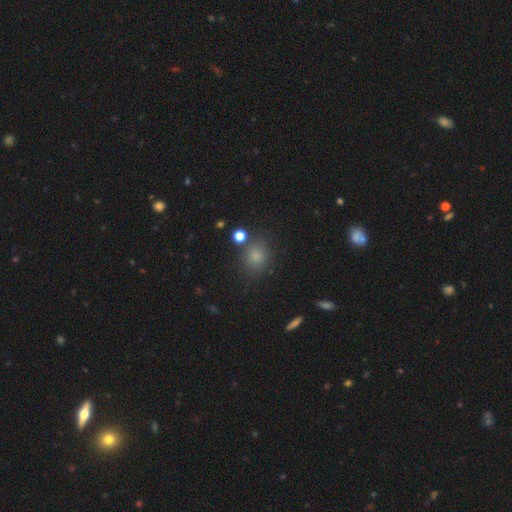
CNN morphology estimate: A smooth galaxy with no disk features (78%) that is round (66%).

Vote fractions:
- Smooth or featured? smooth: 78% / star or artifact: 15% / featured or disk: 7%
- How rounded? round: 66% / in between: 33% / cigar-shaped: 1%
- Merging? none: 78% / minor disturbance: 11% / merger: 6% / major disturbance: 4%